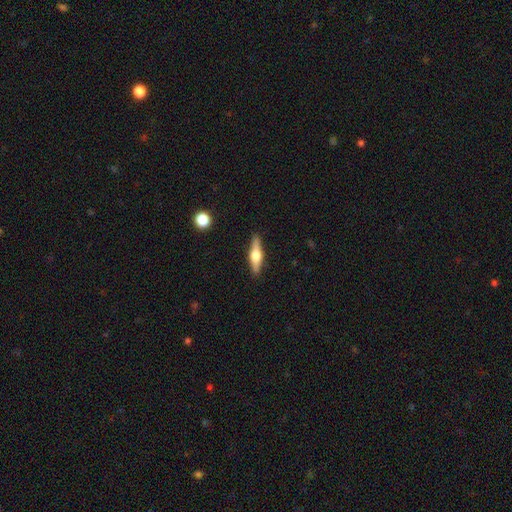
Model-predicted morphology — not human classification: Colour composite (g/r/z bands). It shows a featured or disk galaxy (58%) viewed edge-on (96%) with a rounded central bulge (93%). Merging: none (90%).